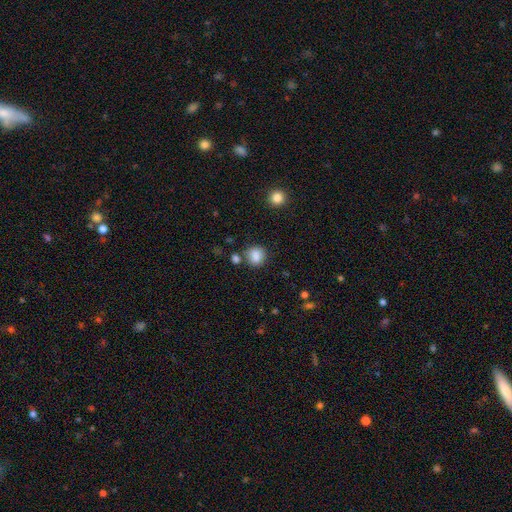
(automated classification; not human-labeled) This is clearly a smooth galaxy (85%). How rounded: likely round (76%). Merging: likely none (72%).